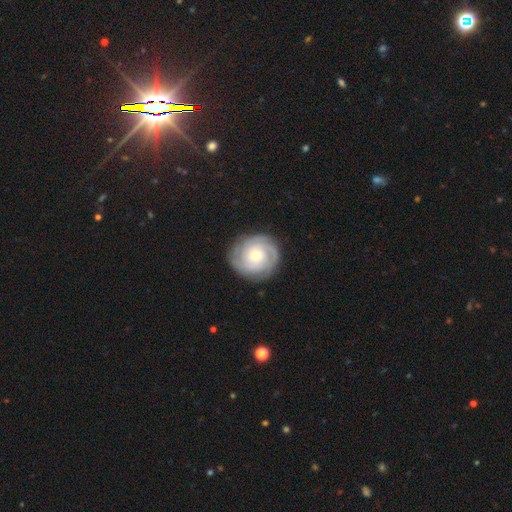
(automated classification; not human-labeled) A featured or disk galaxy (78%) with no bar (79%), 3 (30%) tight (71%) spiral arms (94%) and a small central bulge (55%).

Vote fractions:
- Smooth or featured? featured or disk: 78% / smooth: 17% / star or artifact: 5%
- Edge-on disk? no: 98% / yes: 2%
- Bar? no: 79% / weak: 17% / strong: 4%
- Spiral arms? yes: 94% / no: 6%
- Spiral winding? tight: 71% / medium: 24% / loose: 5%
- Spiral arm count? 3: 30% / 2: 27% / can't tell: 24% / 4: 8% / 1: 6% / more than 4: 5%
- Bulge size? small: 55% / moderate: 38% / large: 4% / none: 1% / dominant: 1%
- Merging? none: 84% / minor disturbance: 11% / major disturbance: 4% / merger: 1%